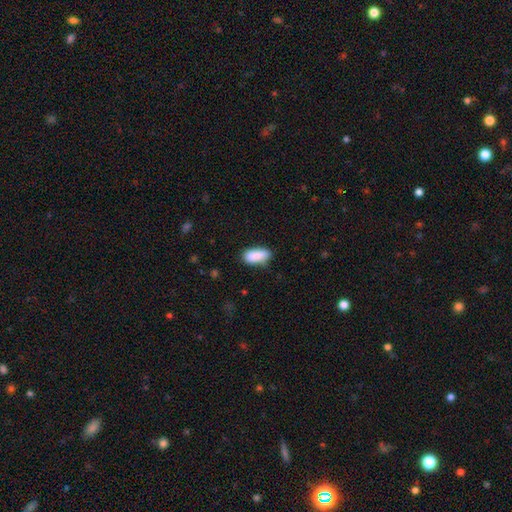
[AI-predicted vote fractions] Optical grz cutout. It shows a smooth galaxy with no disk features (87%) that is in between round and cigar-shaped (85%). Merging: none (73%).